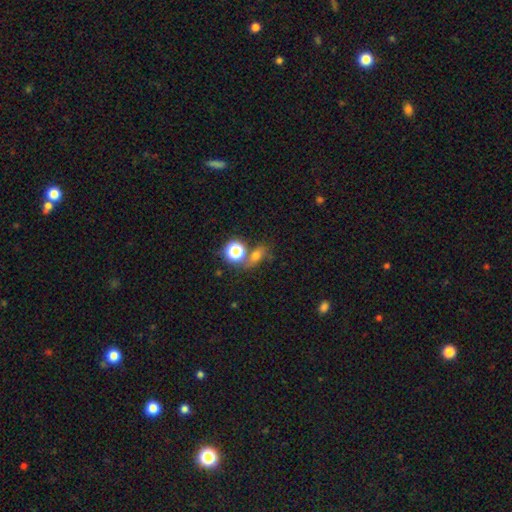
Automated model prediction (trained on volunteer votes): The model was most divided on "how rounded": in between: 49%, round: 44%, cigar-shaped: 7%. More confident: smooth or featured — smooth (61%); merging — none (58%).